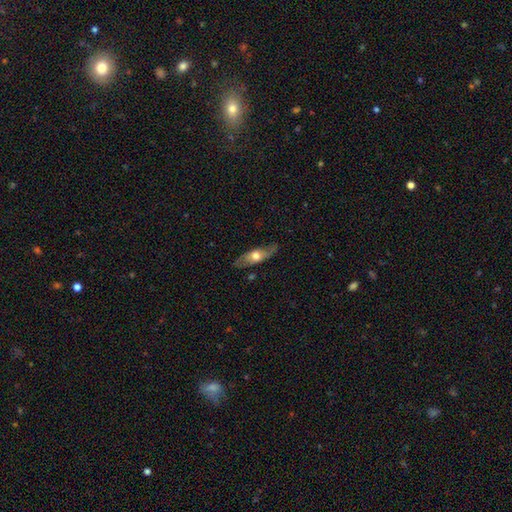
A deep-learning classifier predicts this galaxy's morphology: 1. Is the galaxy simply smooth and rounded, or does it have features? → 53% featured or disk, 41% smooth, 6% star or artifact.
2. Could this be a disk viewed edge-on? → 59% no, 41% yes.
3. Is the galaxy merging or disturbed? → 75% none, 18% minor disturbance, 5% major disturbance, 2% merger.